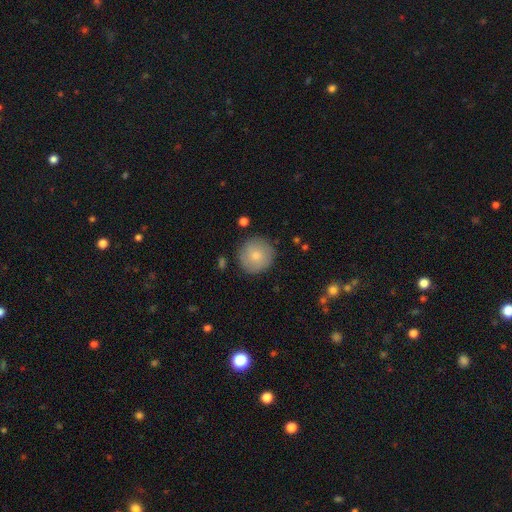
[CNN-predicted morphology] Q: Smooth or featured?
A: smooth (78%); runner-up: featured or disk (15%)
Q: How rounded?
A: round (95%); runner-up: in between (4%)
Q: Merging?
A: none (86%); runner-up: minor disturbance (10%)